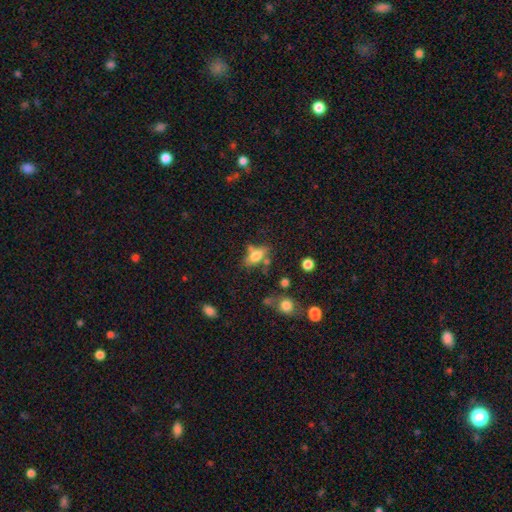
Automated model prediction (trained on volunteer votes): Smooth or featured: smooth — 66% (featured or disk — 24%)
How rounded: in between — 76% (cigar-shaped — 17%)
Merging: none — 53% (minor disturbance — 21%)